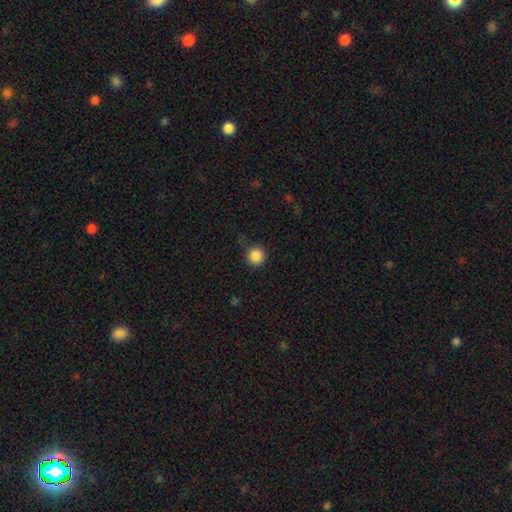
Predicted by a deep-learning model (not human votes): Smooth or featured? smooth (87%)
How rounded? round (94%)
Merging? none (82%)